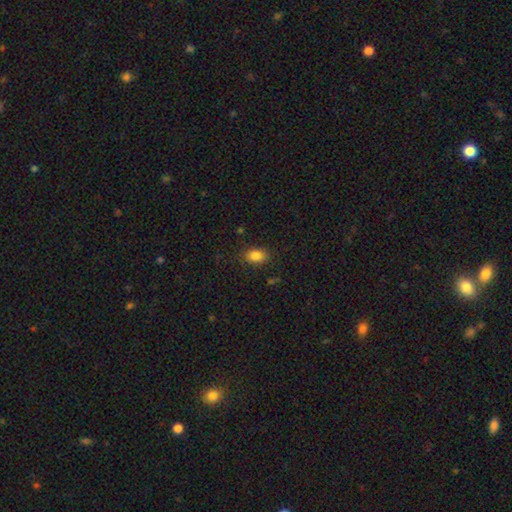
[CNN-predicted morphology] A smooth galaxy with no disk features (85%) that is in between round and cigar-shaped (80%).

Vote fractions:
- Smooth or featured? smooth: 85% / star or artifact: 10% / featured or disk: 5%
- How rounded? in between: 80% / round: 18% / cigar-shaped: 1%
- Merging? none: 84% / minor disturbance: 12% / major disturbance: 3% / merger: 1%